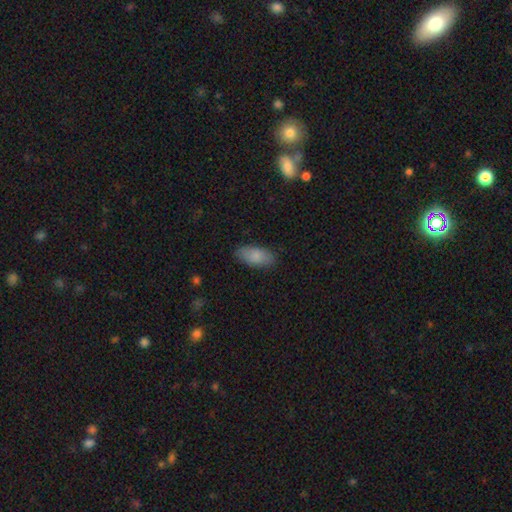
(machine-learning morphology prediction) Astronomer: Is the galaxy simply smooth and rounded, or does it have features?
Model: smooth — 85%.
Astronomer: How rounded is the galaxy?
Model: in between — 90%.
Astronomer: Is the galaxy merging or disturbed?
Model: none — 83%.